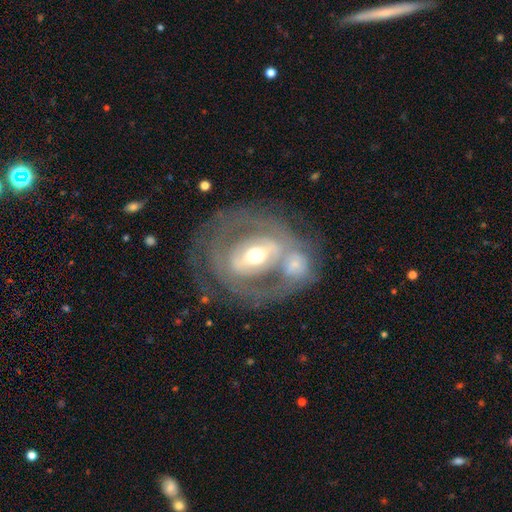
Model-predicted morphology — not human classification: Smooth or featured: featured or disk — 75% (smooth — 19%)
Edge-on disk: no — 95% (yes — 5%)
Bar: strong — 46% (weak — 31%)
Spiral arms: no — 53% (yes — 47%)
Bulge size: moderate — 69% (small — 18%)
Merging: none — 41% (merger — 34%)